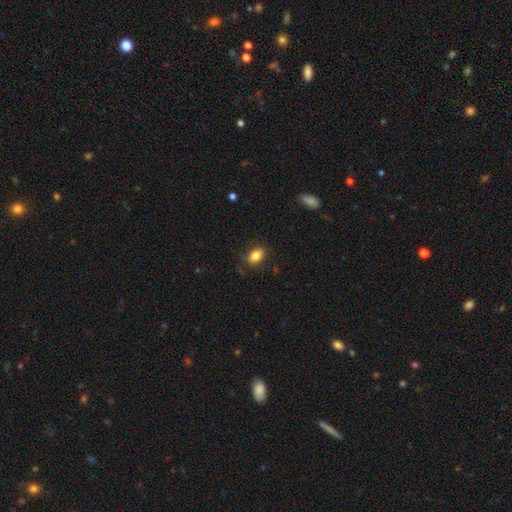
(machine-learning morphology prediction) A smooth galaxy with no disk features (84%) that is in between round and cigar-shaped (82%). Merging: none (80%).